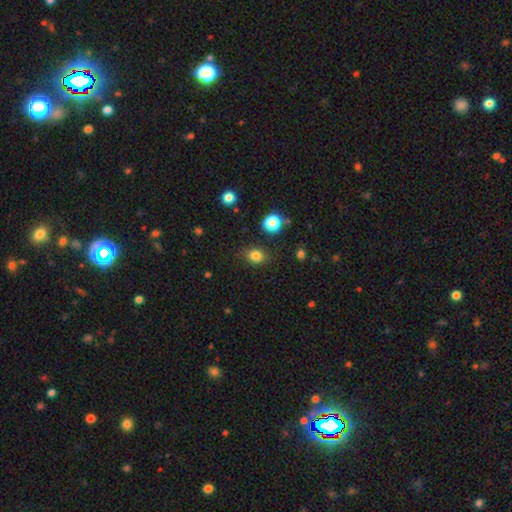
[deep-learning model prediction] Smooth or featured? smooth (81%)
How rounded? round (53%)
Merging? none (84%)